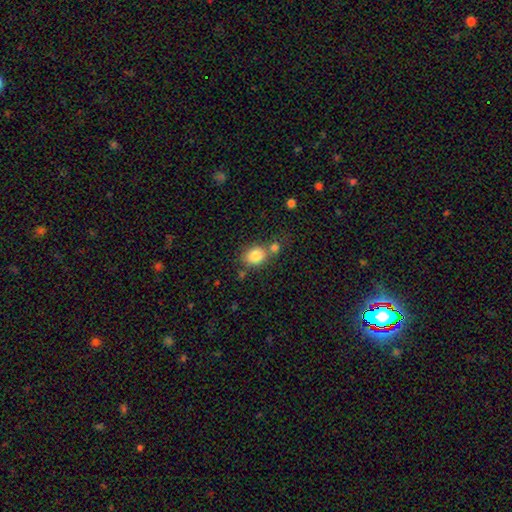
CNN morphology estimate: smooth 82%, star or artifact 9%, featured or disk 8%. Down the decision tree: how rounded — round (50%); merging — none (56%).